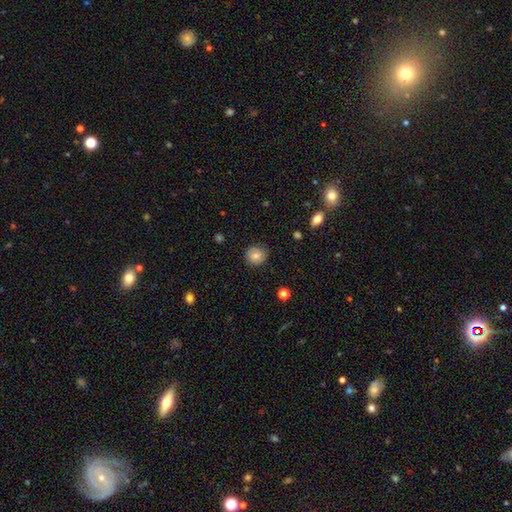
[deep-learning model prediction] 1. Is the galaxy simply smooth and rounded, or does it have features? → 76% smooth, 15% featured or disk, 9% star or artifact.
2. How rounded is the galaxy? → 85% round, 15% in between, 1% cigar-shaped.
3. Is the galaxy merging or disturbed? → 80% none, 15% minor disturbance, 3% major disturbance, 1% merger.